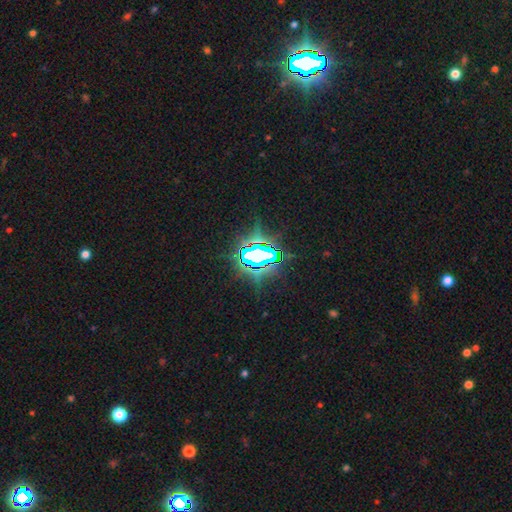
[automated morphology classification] This is likely a star or artifact rather than a galaxy (78%).